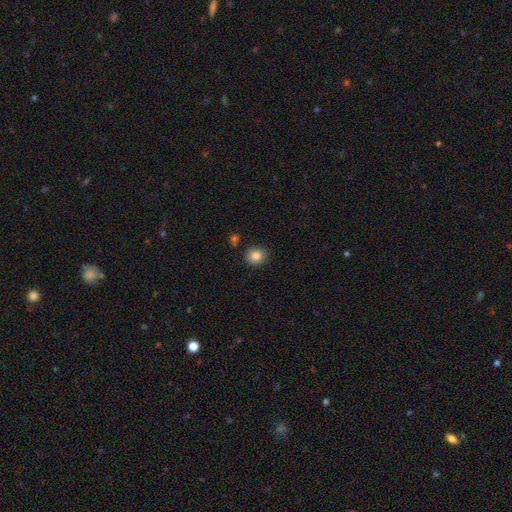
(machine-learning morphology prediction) Smooth or featured?
  - smooth: 85% *
  - star or artifact: 10%
  - featured or disk: 5%
How rounded?
  - round: 84% *
  - in between: 16%
  - cigar-shaped: 1%
Merging?
  - none: 86% *
  - minor disturbance: 9%
  - merger: 3%
  - major disturbance: 2%